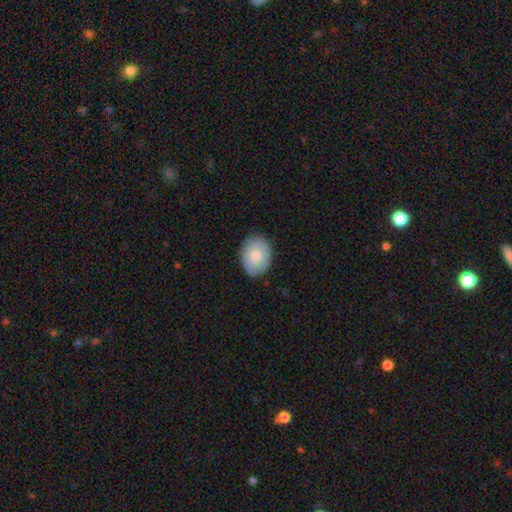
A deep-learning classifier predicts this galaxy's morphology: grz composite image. It shows a smooth galaxy with no disk features (70%) that is in between round and cigar-shaped (64%). Merging: none (79%).